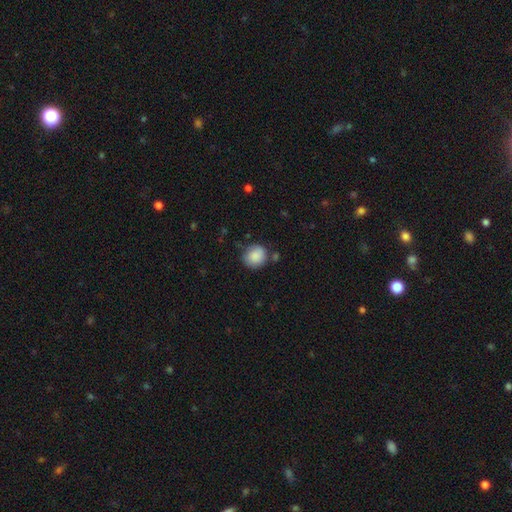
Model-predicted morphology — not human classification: Smooth or featured? smooth (87%)
How rounded? round (80%)
Merging? none (68%)